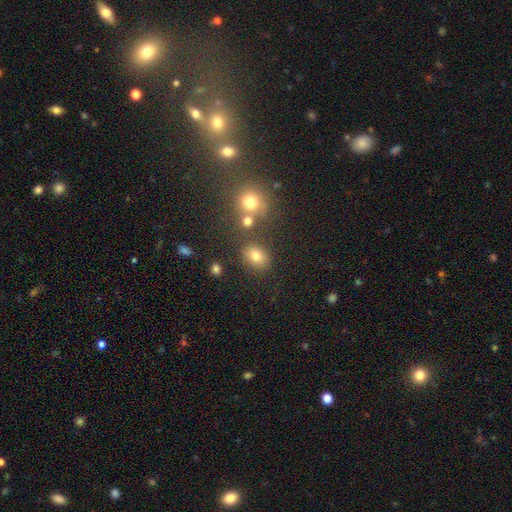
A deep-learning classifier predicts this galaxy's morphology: smooth_or_featured: smooth (p=0.76) [alt: star or artifact p=0.15]
how_rounded: in between (p=0.61) [alt: round p=0.37]
merging: none (p=0.75) [alt: minor disturbance p=0.11]